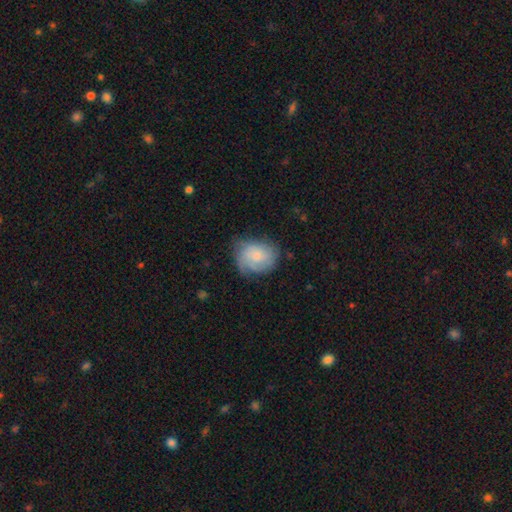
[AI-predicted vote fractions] Smooth or featured? Predicted: smooth (p=0.57). How rounded? Predicted: round (p=0.62). Merging? Predicted: none (p=0.59).